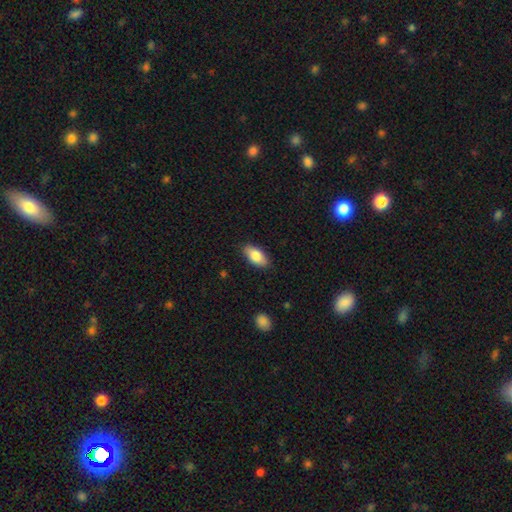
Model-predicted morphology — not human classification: Smooth or featured? Predicted: smooth (p=0.84). How rounded? Predicted: in between (p=0.91). Merging? Predicted: none (p=0.86).